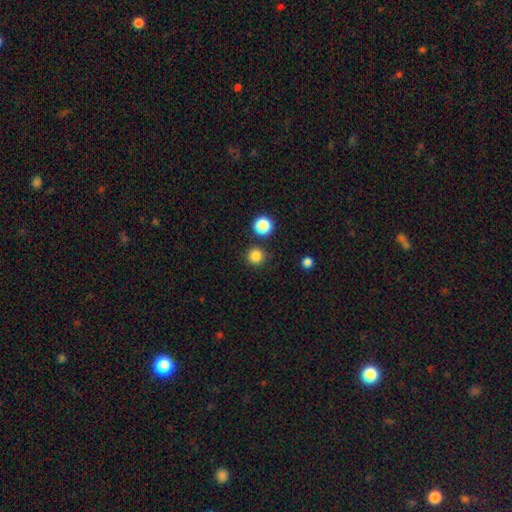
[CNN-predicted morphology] This appears to be a smooth galaxy with no disk features (83%) that is round (95%). Merging: none (87%).